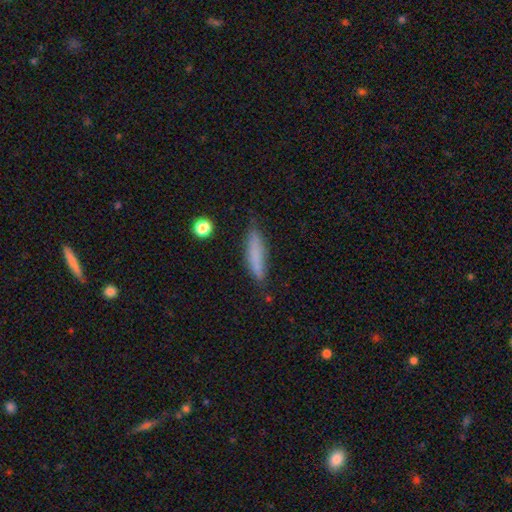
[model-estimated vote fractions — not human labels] Overall: smooth (76%). How rounded: cigar-shaped (81%). Merging: none (75%).